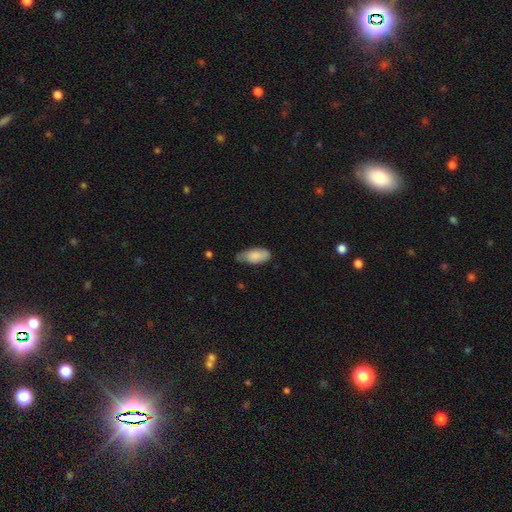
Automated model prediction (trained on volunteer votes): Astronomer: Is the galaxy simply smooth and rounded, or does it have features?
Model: smooth — 83%.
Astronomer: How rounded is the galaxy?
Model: in between — 89%.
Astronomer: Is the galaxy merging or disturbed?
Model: none — 57% (runner-up: minor disturbance, 35%).